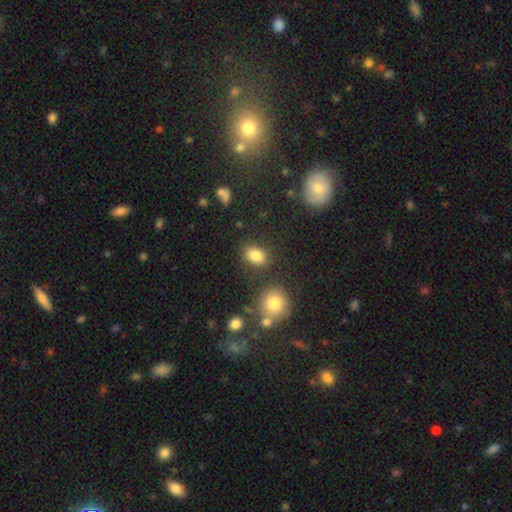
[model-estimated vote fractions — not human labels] Smooth or featured?
  - smooth: 83% *
  - star or artifact: 10%
  - featured or disk: 6%
How rounded?
  - in between: 76% *
  - round: 22%
  - cigar-shaped: 2%
Merging?
  - none: 79% *
  - minor disturbance: 11%
  - merger: 6%
  - major disturbance: 4%